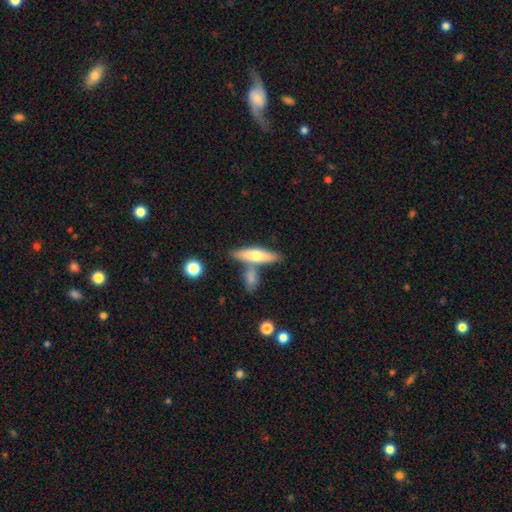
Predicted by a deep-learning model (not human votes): This appears to be a smooth galaxy with no disk features (57%) that is cigar-shaped (73%). Merging: none (61%).